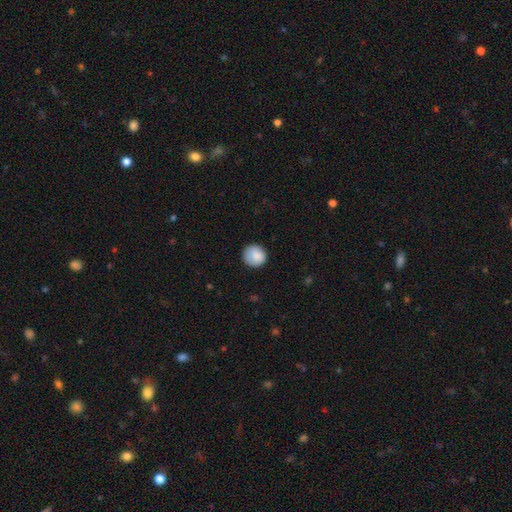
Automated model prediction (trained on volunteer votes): This appears to be a smooth galaxy with no disk features (86%) that is round (92%). Merging: none (83%).